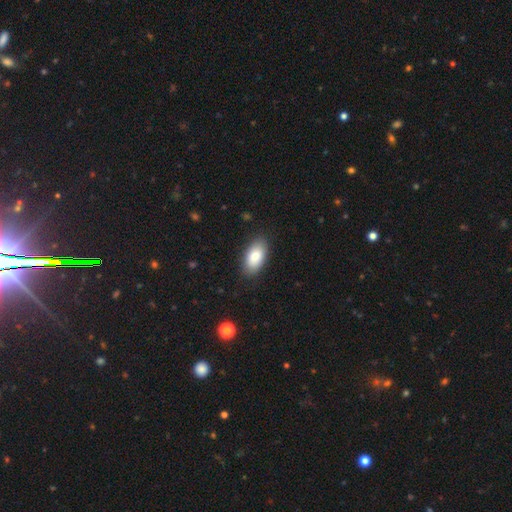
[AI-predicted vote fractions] This appears to be a smooth galaxy with no disk features (83%) that is in between round and cigar-shaped (94%). Merging: none (86%).